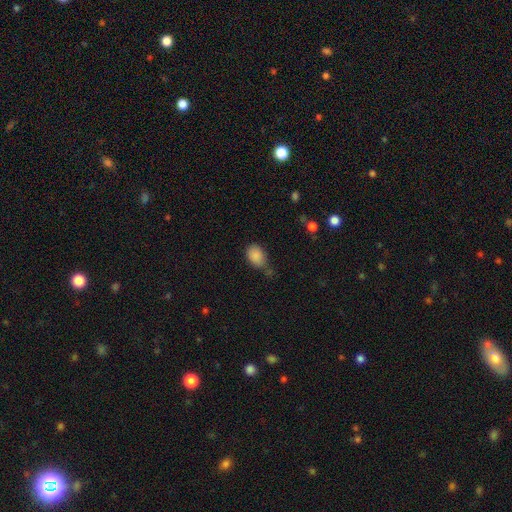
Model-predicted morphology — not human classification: Q: Smooth or featured?
A: smooth (87%); runner-up: star or artifact (9%)
Q: How rounded?
A: in between (78%); runner-up: round (20%)
Q: Merging?
A: none (57%); runner-up: minor disturbance (28%)